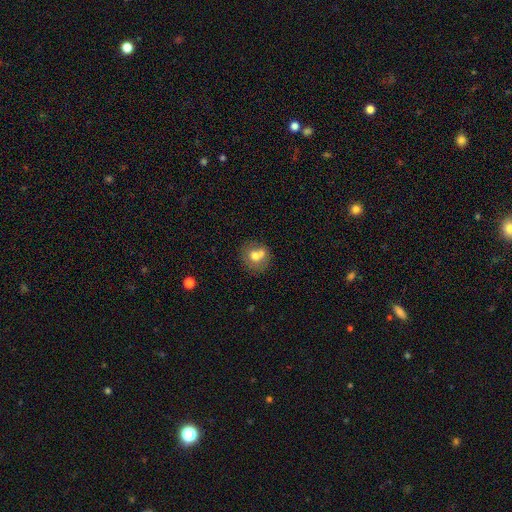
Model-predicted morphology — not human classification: A smooth galaxy with no disk features (68%) that is round (78%).

Vote fractions:
- Smooth or featured? smooth: 68% / featured or disk: 22% / star or artifact: 10%
- How rounded? round: 78% / in between: 21% / cigar-shaped: 1%
- Merging? none: 43% / merger: 40% / minor disturbance: 12% / major disturbance: 5%